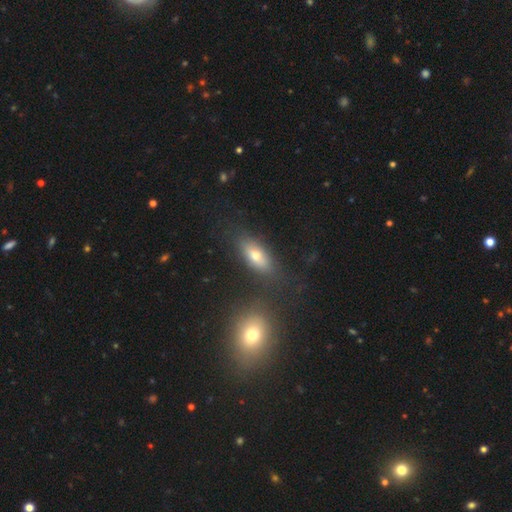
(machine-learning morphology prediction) type=smooth (66%); roundness=in between (73%); merging=none (76%).